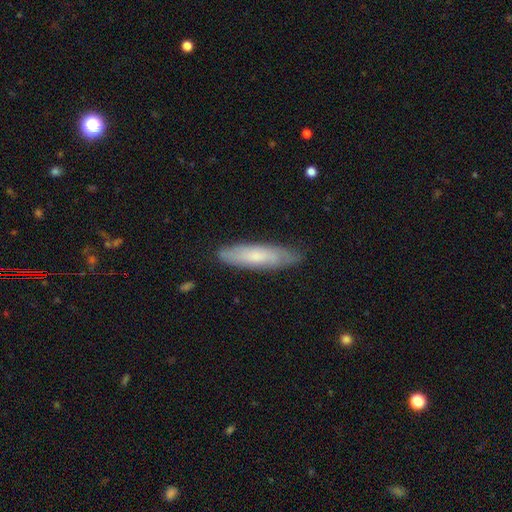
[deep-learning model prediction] Smooth or featured?
  - smooth: 62% *
  - featured or disk: 32%
  - star or artifact: 6%
How rounded?
  - cigar-shaped: 70% *
  - in between: 29%
  - round: 1%
Merging?
  - none: 79% *
  - minor disturbance: 17%
  - major disturbance: 3%
  - merger: 1%